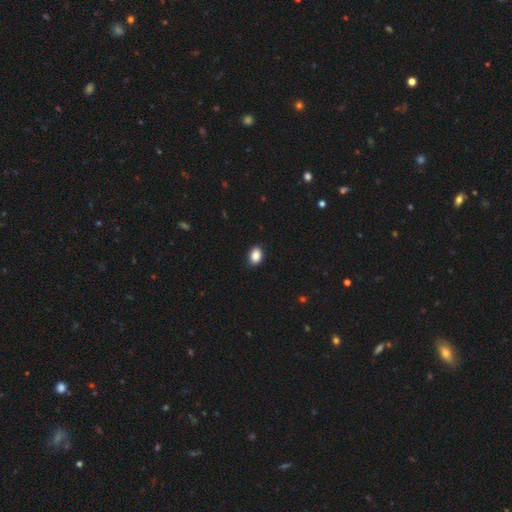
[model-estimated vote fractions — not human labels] Smooth or featured: smooth — 88% (star or artifact — 8%)
How rounded: in between — 78% (round — 21%)
Merging: none — 88% (minor disturbance — 9%)